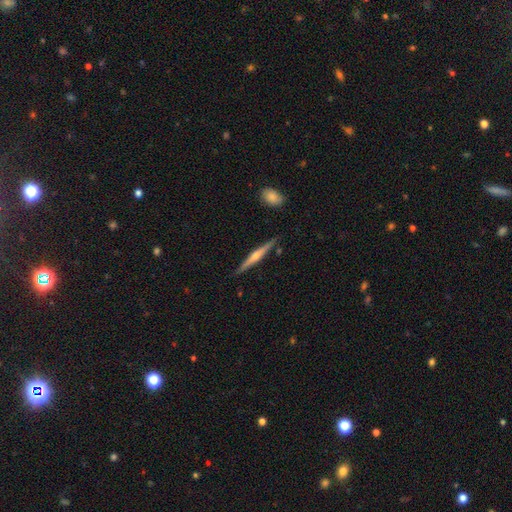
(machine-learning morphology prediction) Smooth or featured: featured or disk — 72% (smooth — 23%)
Edge-on disk: yes — 98% (no — 2%)
Edge-on bulge: rounded — 84% (none — 10%)
Merging: none — 89% (minor disturbance — 8%)